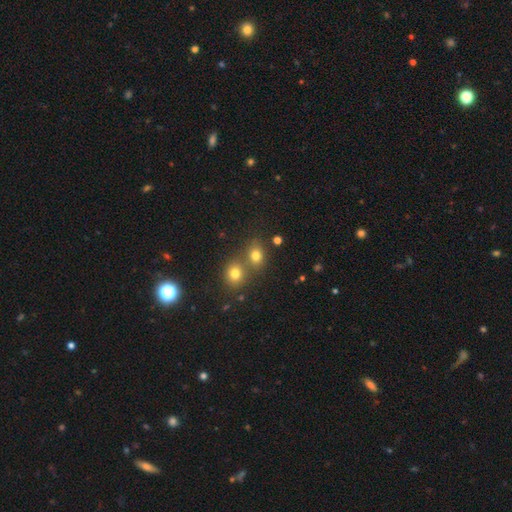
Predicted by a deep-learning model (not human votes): This is likely a smooth galaxy (76%). How rounded: possibly round (59%). Merging: possibly none (53%).